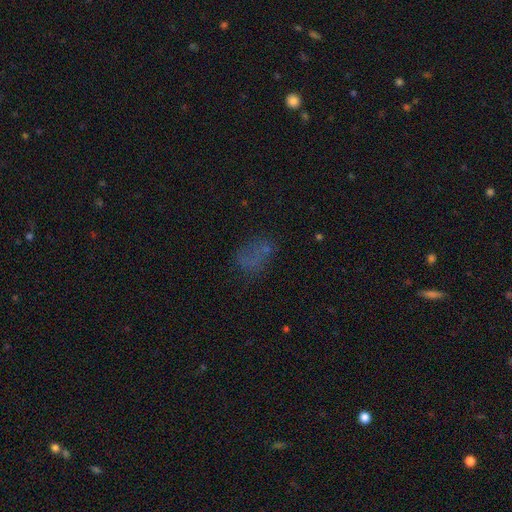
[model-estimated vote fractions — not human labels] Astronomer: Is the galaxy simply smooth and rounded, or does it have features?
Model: smooth — 50% (runner-up: star or artifact, 31%).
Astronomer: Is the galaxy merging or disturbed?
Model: none — 56%.